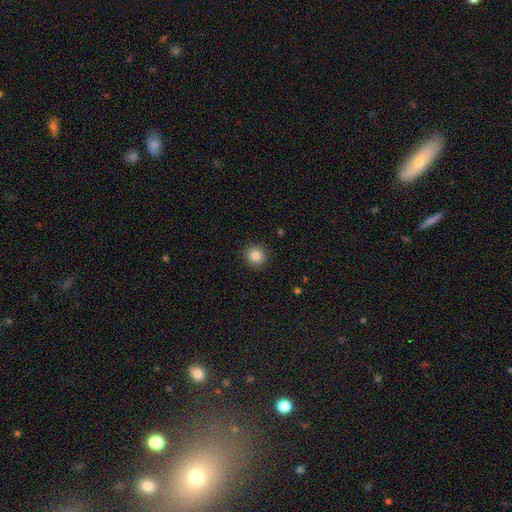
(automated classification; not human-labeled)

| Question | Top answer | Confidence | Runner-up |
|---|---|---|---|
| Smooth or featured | smooth | 85% | star or artifact (11%) |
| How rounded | round | 91% | in between (8%) |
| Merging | none | 92% | minor disturbance (5%) |